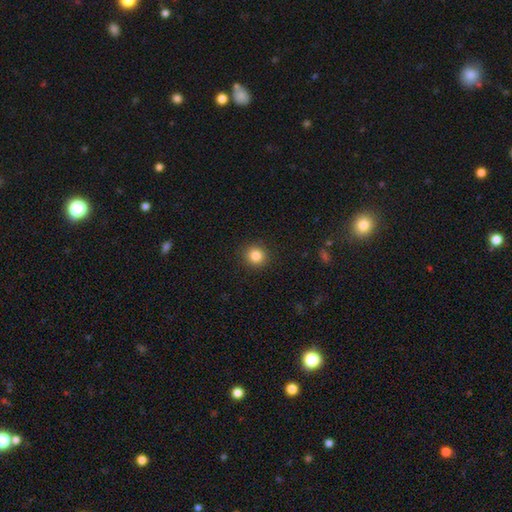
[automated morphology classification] The model was most divided on "smooth or featured": smooth: 84%, star or artifact: 11%, featured or disk: 5%. More confident: merging — none (91%); how rounded — round (90%).